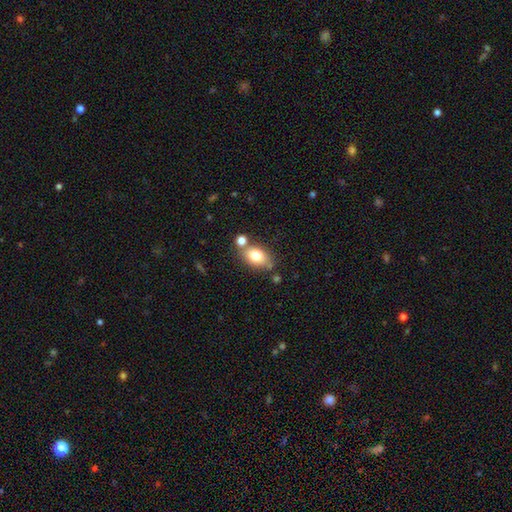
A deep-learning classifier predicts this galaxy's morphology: smooth 79%, featured or disk 12%, star or artifact 9%. Down the decision tree: how rounded — in between (81%); merging — none (64%).